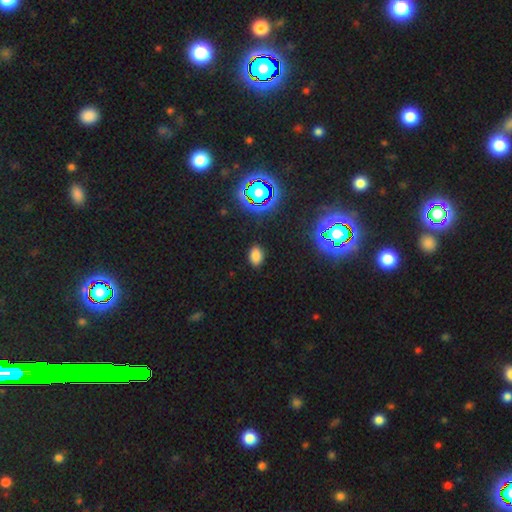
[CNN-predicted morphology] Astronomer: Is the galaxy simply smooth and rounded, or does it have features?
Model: smooth — 73%.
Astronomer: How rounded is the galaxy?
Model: in between — 81%.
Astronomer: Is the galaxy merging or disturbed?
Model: none — 87%.